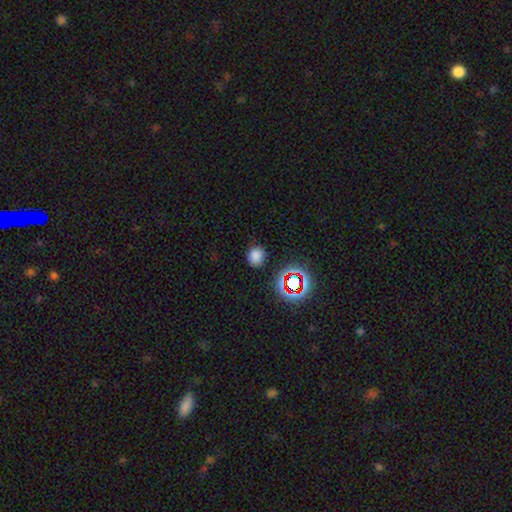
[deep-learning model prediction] Overall: smooth (76%). How rounded: round (78%). Merging: none (85%).